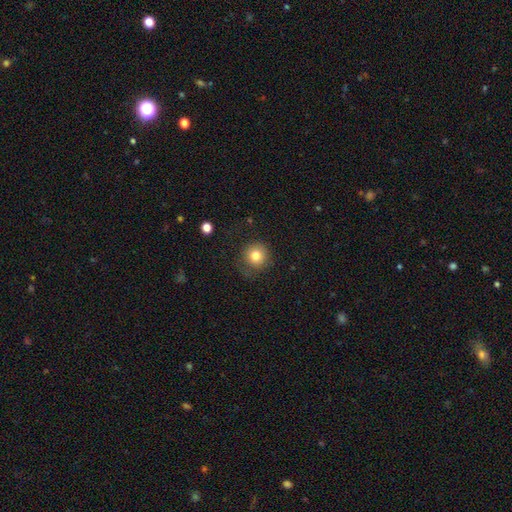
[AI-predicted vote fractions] smooth-or-featured: smooth: 80% | star or artifact: 11% | featured or disk: 9%
  how-rounded: round: 93% | in between: 6% | cigar-shaped: 1%
  merging: none: 77% | minor disturbance: 15% | major disturbance: 6% | merger: 1%